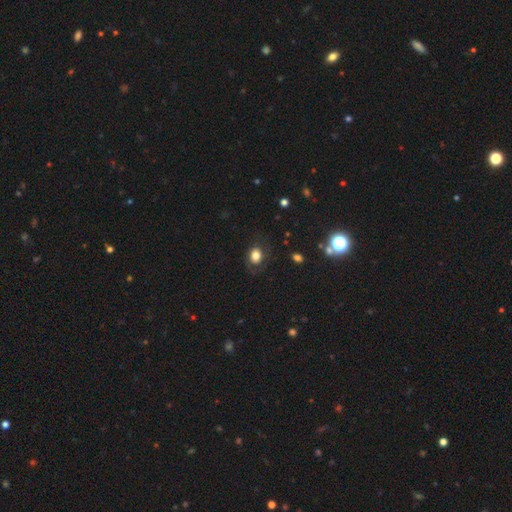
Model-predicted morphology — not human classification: Smooth or featured?
  - smooth: 77% *
  - featured or disk: 13%
  - star or artifact: 11%
How rounded?
  - in between: 52% *
  - round: 47%
  - cigar-shaped: 1%
Merging?
  - none: 71% *
  - minor disturbance: 18%
  - major disturbance: 10%
  - merger: 1%